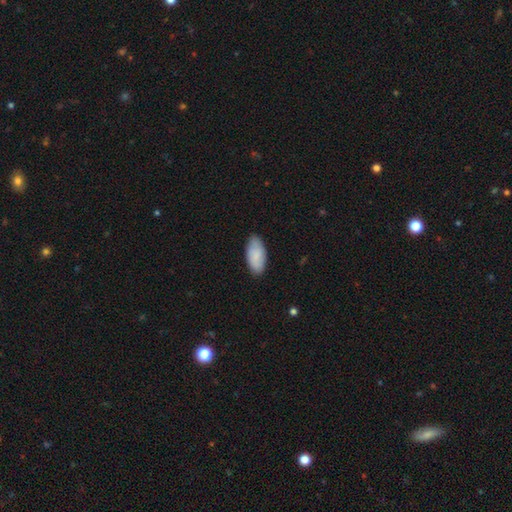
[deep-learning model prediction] smooth-or-featured: smooth: 84% | featured or disk: 11% | star or artifact: 6%
  how-rounded: in between: 93% | cigar-shaped: 5% | round: 2%
  merging: none: 83% | minor disturbance: 14% | major disturbance: 2% | merger: 1%